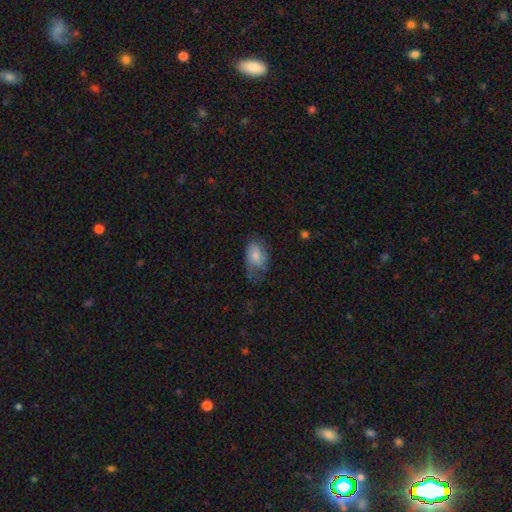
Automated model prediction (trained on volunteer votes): This appears to be a smooth galaxy with no disk features (69%) that is in between round and cigar-shaped (90%). Merging: none (44%).